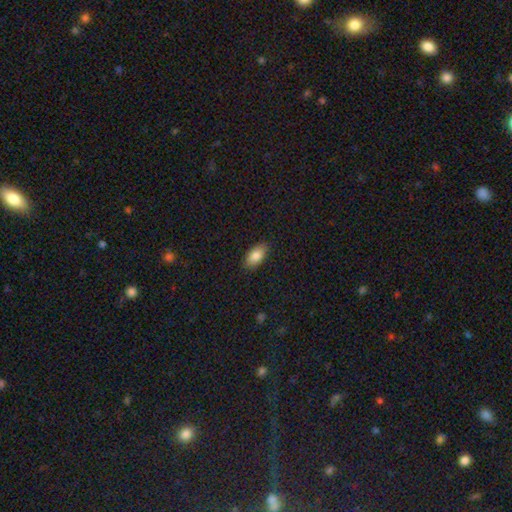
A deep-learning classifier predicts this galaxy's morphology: This is clearly a smooth galaxy (85%). How rounded: clearly in between (93%). Merging: clearly none (88%).